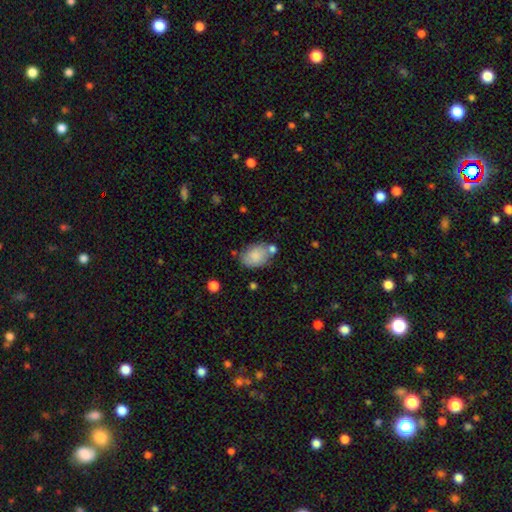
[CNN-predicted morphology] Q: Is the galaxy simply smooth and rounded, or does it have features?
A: smooth — 82%.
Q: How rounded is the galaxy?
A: in between — 80%.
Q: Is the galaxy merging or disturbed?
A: none — 63%.